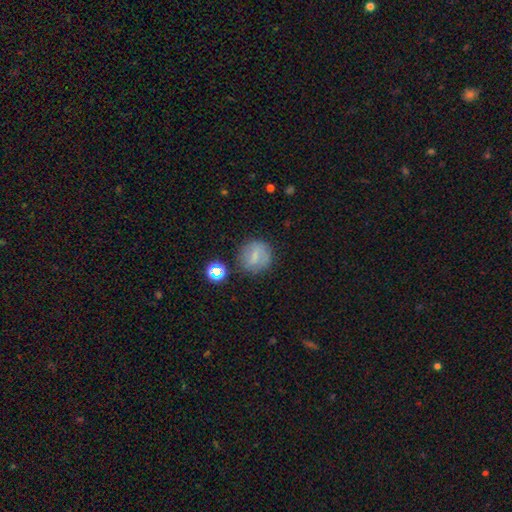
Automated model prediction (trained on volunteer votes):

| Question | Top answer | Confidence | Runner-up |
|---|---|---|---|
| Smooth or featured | smooth | 62% | featured or disk (24%) |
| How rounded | round | 84% | in between (15%) |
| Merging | none | 76% | minor disturbance (15%) |